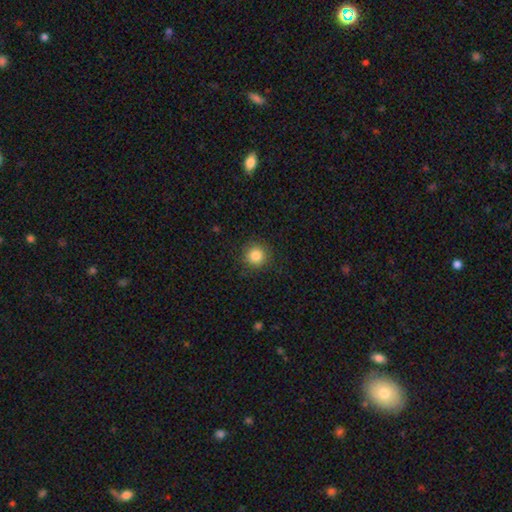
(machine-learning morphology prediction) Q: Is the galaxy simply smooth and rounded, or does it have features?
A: smooth — 84%.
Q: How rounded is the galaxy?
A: round — 94%.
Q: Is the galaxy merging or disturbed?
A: none — 89%.